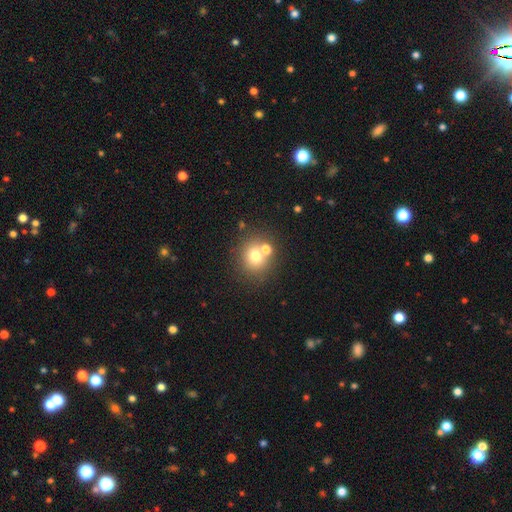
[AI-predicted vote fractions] smooth-or-featured: smooth: 71% | star or artifact: 15% | featured or disk: 14%
  how-rounded: round: 84% | in between: 15% | cigar-shaped: 1%
  merging: none: 60% | merger: 28% | minor disturbance: 8% | major disturbance: 3%